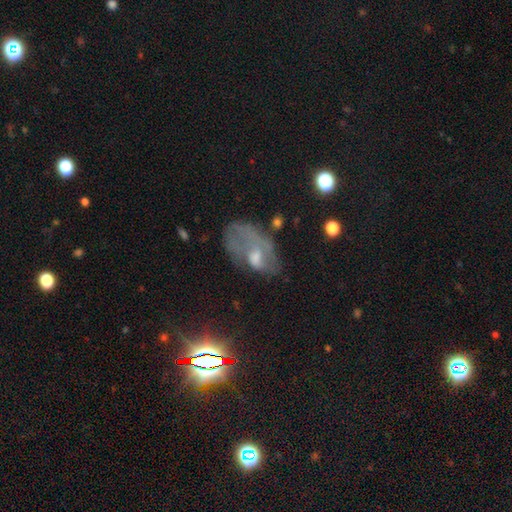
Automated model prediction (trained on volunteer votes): smooth_or_featured: featured or disk (p=0.45) [alt: smooth p=0.31]
merging: major disturbance (p=0.35) [alt: none p=0.34]